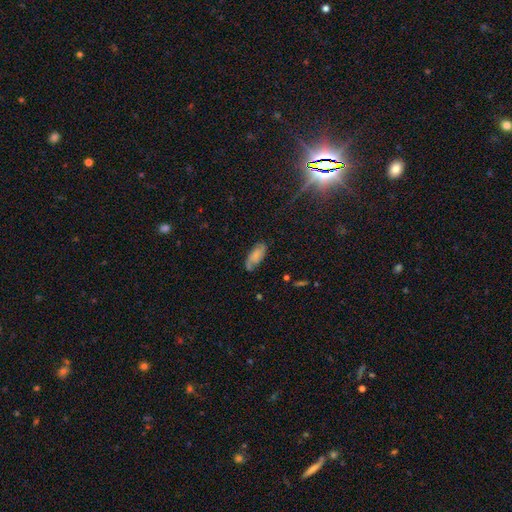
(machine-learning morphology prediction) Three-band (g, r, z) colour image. It shows a smooth galaxy with no disk features (60%) that is in between round and cigar-shaped (85%). Merging: none (71%).